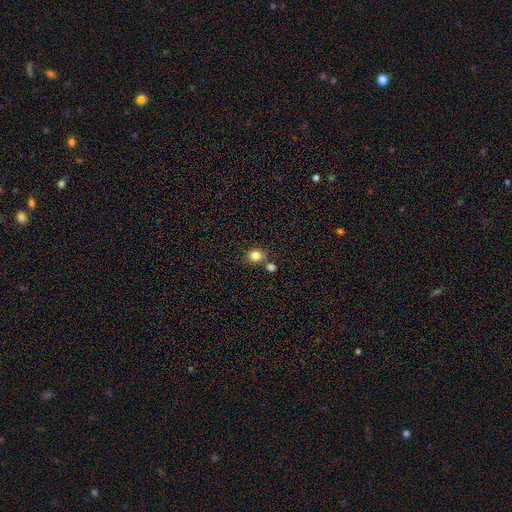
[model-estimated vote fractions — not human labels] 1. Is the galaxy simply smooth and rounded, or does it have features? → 83% smooth, 11% star or artifact, 6% featured or disk.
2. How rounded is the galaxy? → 73% round, 26% in between, 1% cigar-shaped.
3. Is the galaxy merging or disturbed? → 65% none, 22% merger, 10% minor disturbance, 3% major disturbance.